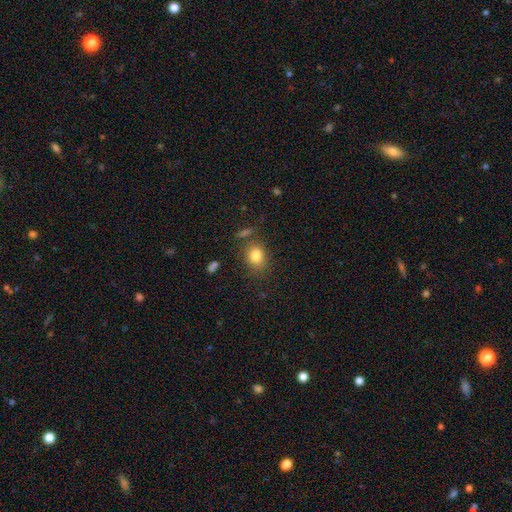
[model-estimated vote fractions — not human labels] This is clearly a smooth galaxy (82%). How rounded: possibly round (50%). Merging: likely none (74%).